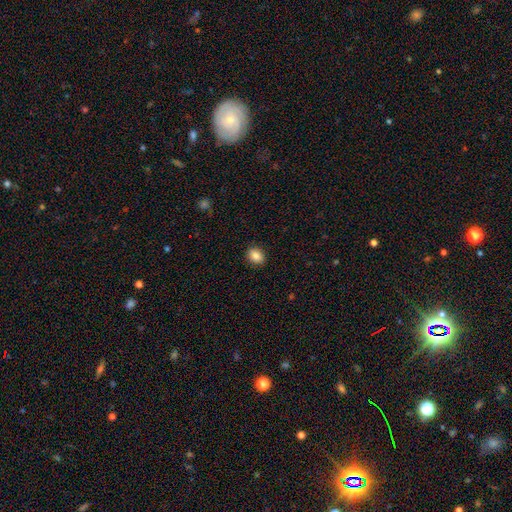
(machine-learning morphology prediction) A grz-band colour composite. It shows a smooth galaxy with no disk features (85%) that is in between round and cigar-shaped (53%). Merging: none (90%).